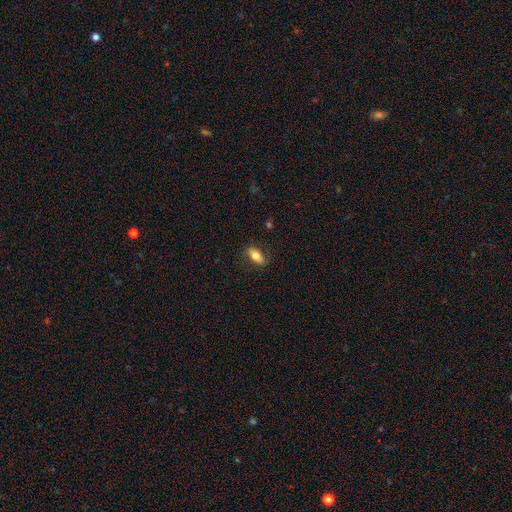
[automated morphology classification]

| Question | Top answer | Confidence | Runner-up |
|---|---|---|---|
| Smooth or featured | smooth | 76% | featured or disk (17%) |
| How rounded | in between | 83% | cigar-shaped (13%) |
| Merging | none | 80% | minor disturbance (15%) |